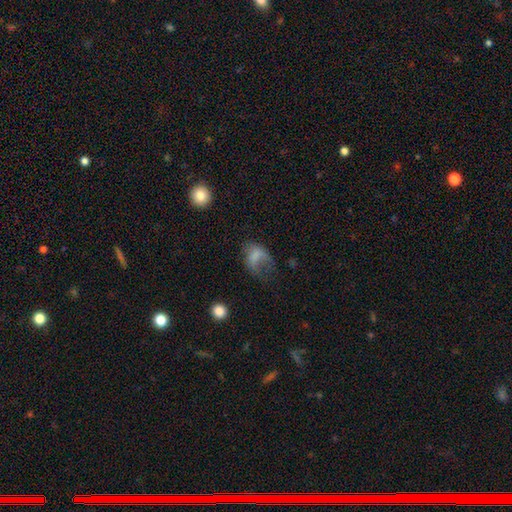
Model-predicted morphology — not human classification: Smooth or featured: smooth — 64% (featured or disk — 24%)
How rounded: in between — 76% (round — 22%)
Merging: major disturbance — 52% (none — 23%)